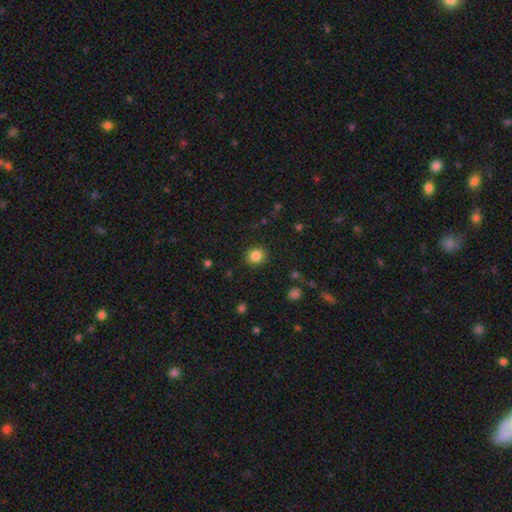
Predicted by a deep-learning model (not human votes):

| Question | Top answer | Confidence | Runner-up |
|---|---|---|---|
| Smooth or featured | smooth | 84% | star or artifact (11%) |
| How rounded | round | 86% | in between (13%) |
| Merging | none | 90% | minor disturbance (6%) |